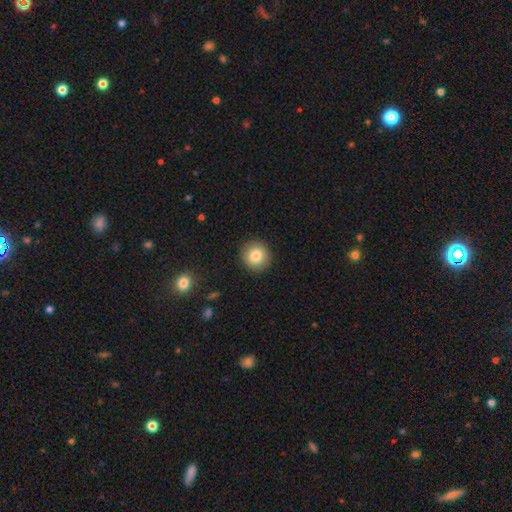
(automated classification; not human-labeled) Smooth or featured: smooth — 83% (star or artifact — 9%)
How rounded: round — 92% (in between — 7%)
Merging: none — 91% (minor disturbance — 6%)